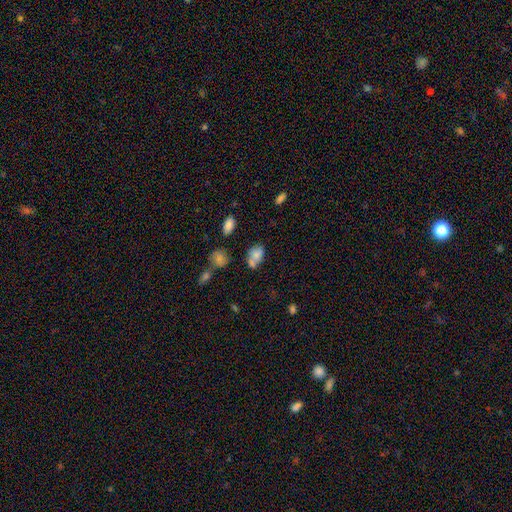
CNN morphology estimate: The model was most divided on "merging": none: 39%, merger: 32%, minor disturbance: 20%, major disturbance: 9%. More confident: how rounded — in between (74%); smooth or featured — smooth (72%).